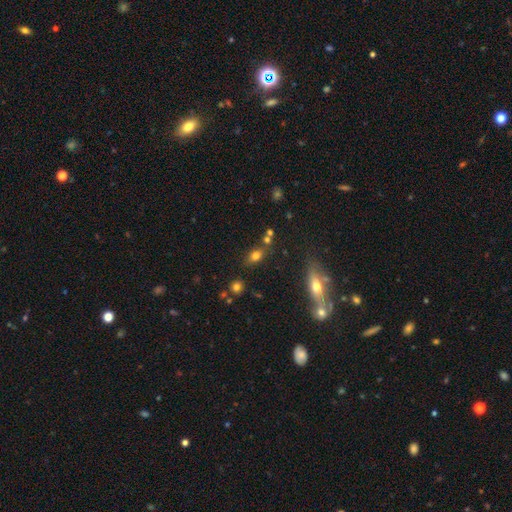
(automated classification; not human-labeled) Smooth or featured? smooth (73%)
How rounded? in between (73%)
Merging? none (67%)